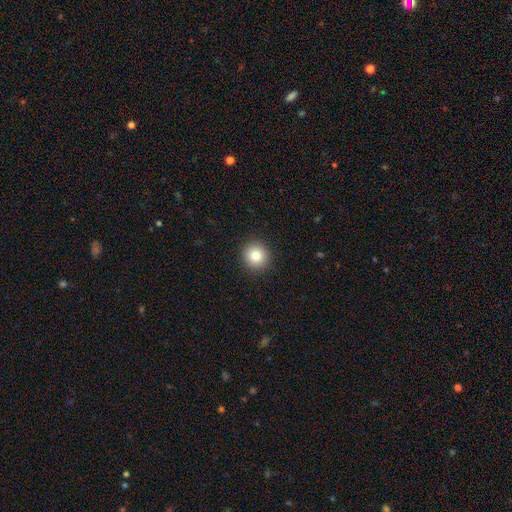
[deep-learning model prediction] This is clearly a smooth galaxy (81%). How rounded: clearly round (93%). Merging: clearly none (92%).